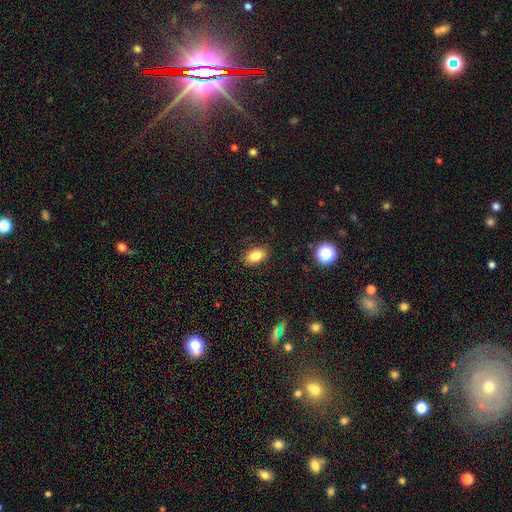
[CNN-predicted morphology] smooth-or-featured: smooth: 82% | star or artifact: 10% | featured or disk: 8%
  how-rounded: in between: 88% | round: 10% | cigar-shaped: 2%
  merging: none: 87% | minor disturbance: 9% | major disturbance: 2% | merger: 1%